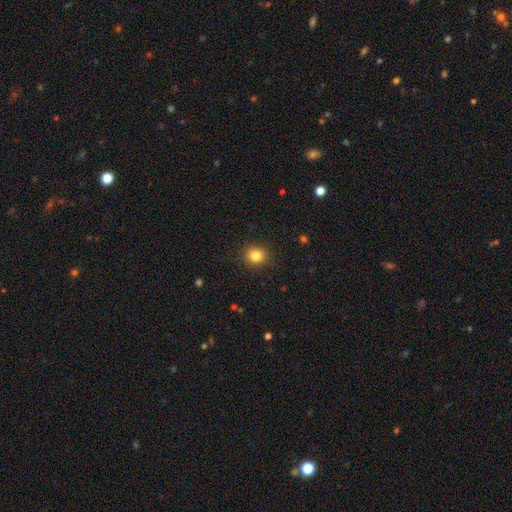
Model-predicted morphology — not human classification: smooth_or_featured: smooth (p=0.83) [alt: star or artifact p=0.12]
how_rounded: round (p=0.84) [alt: in between p=0.15]
merging: none (p=0.90) [alt: minor disturbance p=0.07]